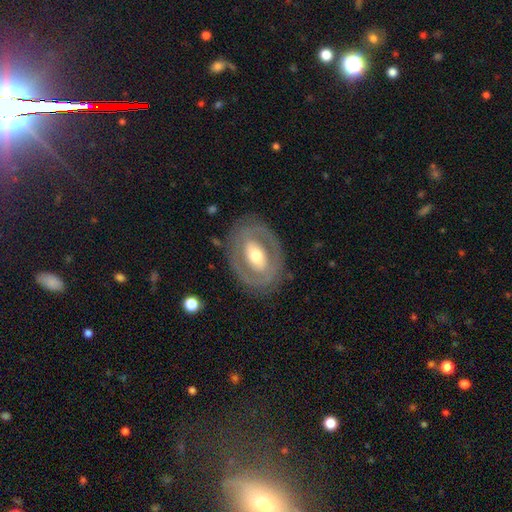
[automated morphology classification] featured or disk 66%, smooth 28%, star or artifact 5%. Down the decision tree: edge-on disk — no (93%); bar — no (39%); spiral arms — no (70%); bulge size — moderate (66%); merging — none (79%).